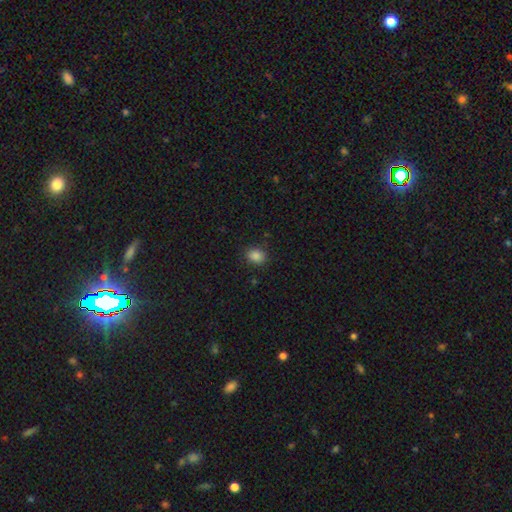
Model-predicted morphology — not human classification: type=smooth (86%); roundness=in between (51%); merging=none (86%).